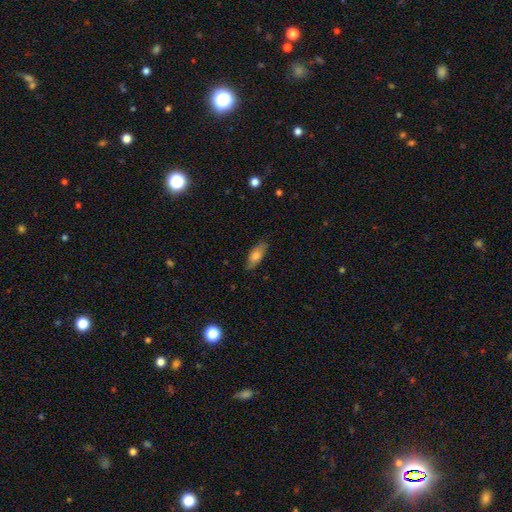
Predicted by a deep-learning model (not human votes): Smooth or featured? Predicted: smooth (p=0.73). How rounded? Predicted: in between (p=0.78). Merging? Predicted: none (p=0.82).